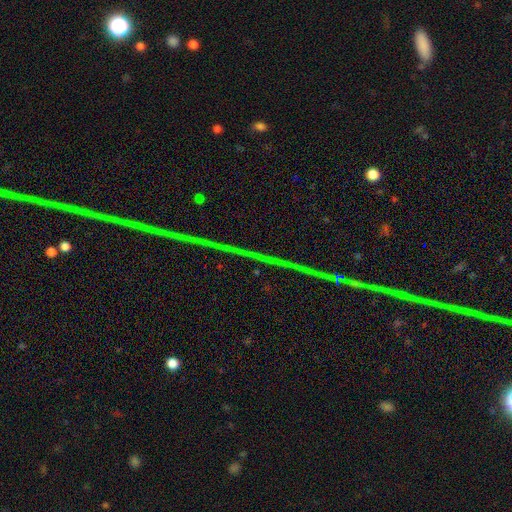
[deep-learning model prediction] Smooth or featured: star or artifact — 79% (featured or disk — 13%)